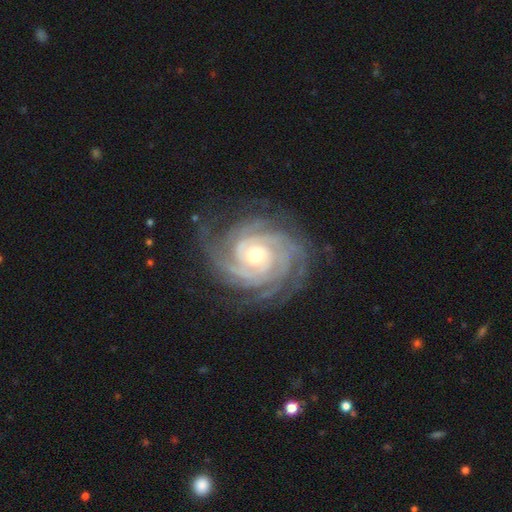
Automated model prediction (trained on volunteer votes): Smooth or featured?
  - featured or disk: 92% *
  - star or artifact: 5%
  - smooth: 3%
Edge-on disk?
  - no: 98% *
  - yes: 2%
Bar?
  - no: 70% *
  - weak: 22%
  - strong: 8%
Spiral arms?
  - yes: 99% *
  - no: 1%
Spiral winding?
  - tight: 80% *
  - medium: 18%
  - loose: 2%
Spiral arm count?
  - 4: 25% *
  - 3: 23%
  - can't tell: 18%
  - more than 4: 13%
  - 2: 13%
  - 1: 8%
Bulge size?
  - moderate: 51% *
  - small: 44%
  - large: 4%
  - none: 1%
  - dominant: 1%
Merging?
  - none: 78% *
  - minor disturbance: 15%
  - major disturbance: 6%
  - merger: 1%